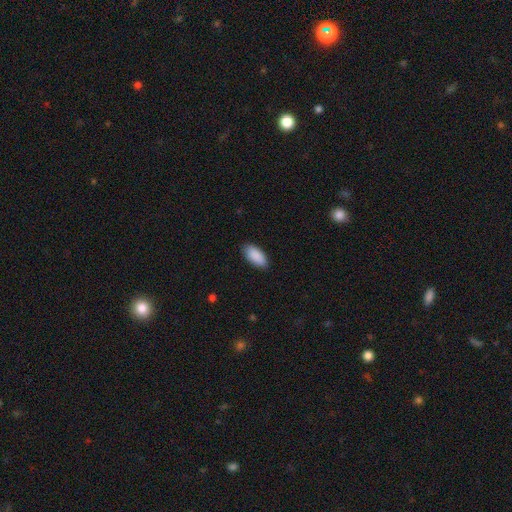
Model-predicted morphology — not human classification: smooth_or_featured: smooth (p=0.91) [alt: star or artifact p=0.06]
how_rounded: in between (p=0.91) [alt: cigar-shaped p=0.07]
merging: none (p=0.87) [alt: minor disturbance p=0.10]